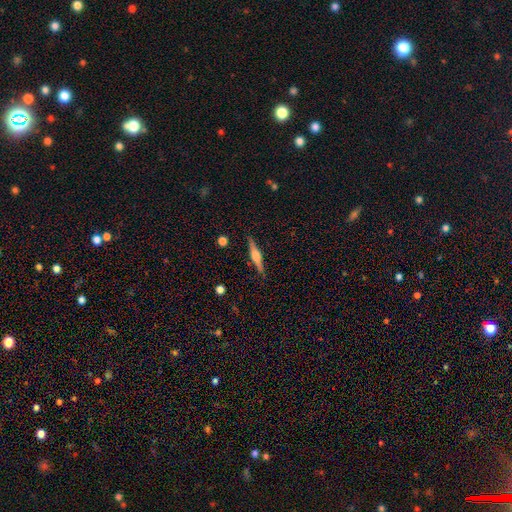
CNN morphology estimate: Smooth or featured? Predicted: featured or disk (p=0.69). Edge-on disk? Predicted: yes (p=0.98). Edge-on bulge? Predicted: rounded (p=0.82). Merging? Predicted: none (p=0.89).